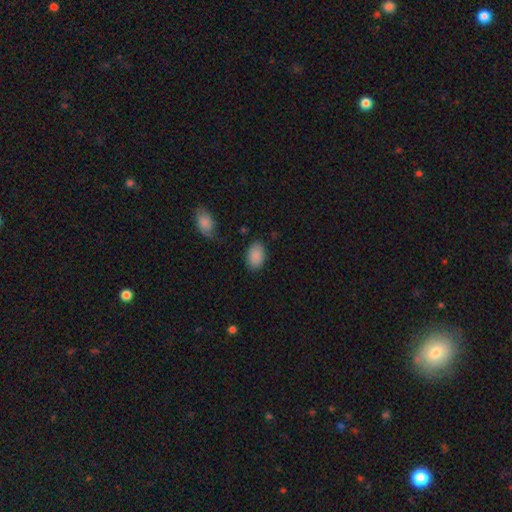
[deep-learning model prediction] The model was most divided on "merging": none: 82%, minor disturbance: 13%, major disturbance: 4%, merger: 2%. More confident: how rounded — in between (89%); smooth or featured — smooth (88%).